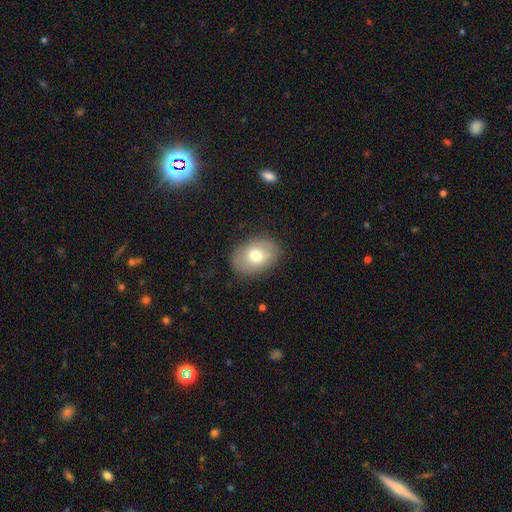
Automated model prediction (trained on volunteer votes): A smooth galaxy with no disk features (67%) that is in between round and cigar-shaped (77%).

Vote fractions:
- Smooth or featured? smooth: 67% / featured or disk: 25% / star or artifact: 8%
- How rounded? in between: 77% / round: 22% / cigar-shaped: 1%
- Merging? none: 83% / minor disturbance: 12% / major disturbance: 4% / merger: 1%